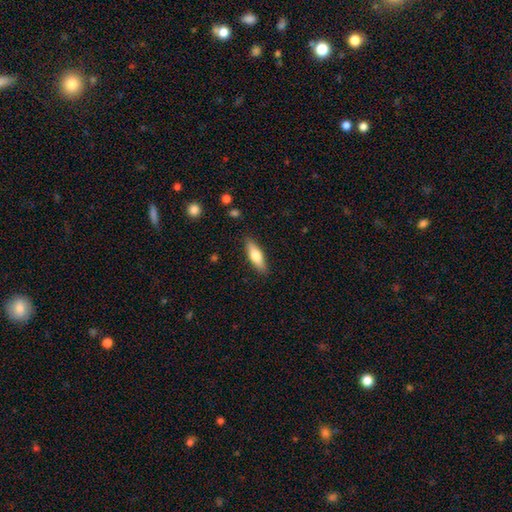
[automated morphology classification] type=smooth (70%); roundness=in between (51%); merging=none (87%).